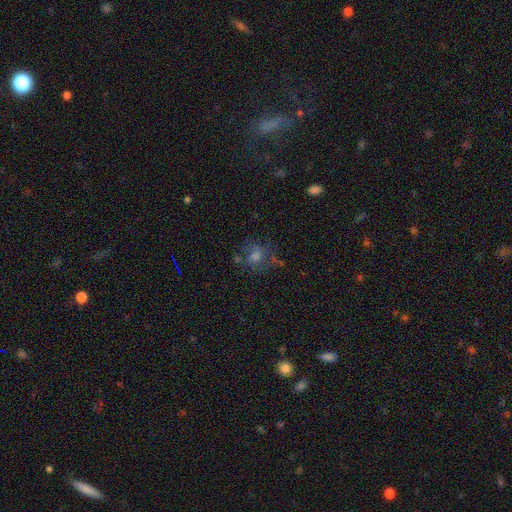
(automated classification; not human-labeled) This appears to be a smooth galaxy with no disk features (42%). Merging: none (58%).